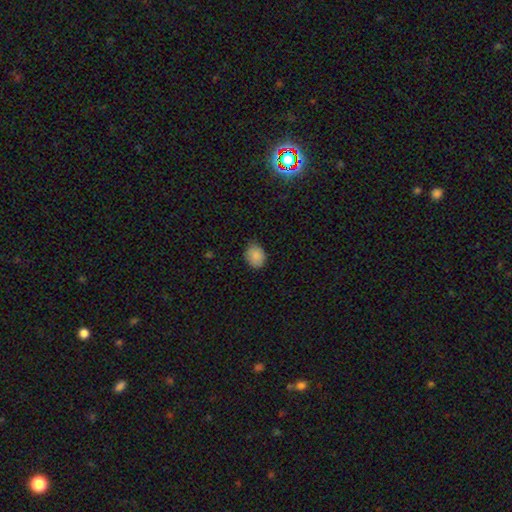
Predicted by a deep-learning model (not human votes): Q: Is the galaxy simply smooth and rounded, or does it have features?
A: smooth — 86%.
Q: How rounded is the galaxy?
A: in between — 60%.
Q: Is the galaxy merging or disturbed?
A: none — 79%.